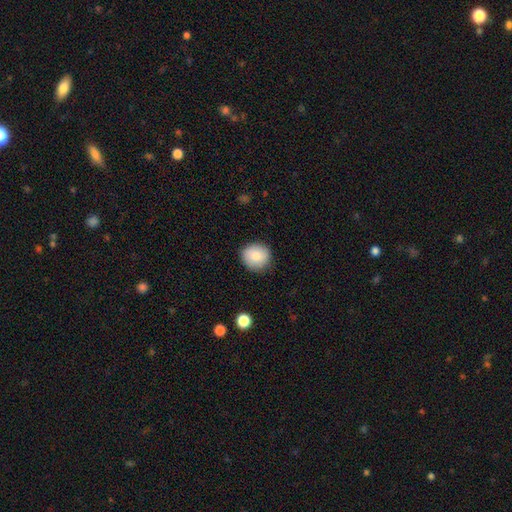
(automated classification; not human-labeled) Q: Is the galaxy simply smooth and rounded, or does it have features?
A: smooth — 82%.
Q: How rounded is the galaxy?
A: round — 90%.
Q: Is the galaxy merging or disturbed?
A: none — 88%.